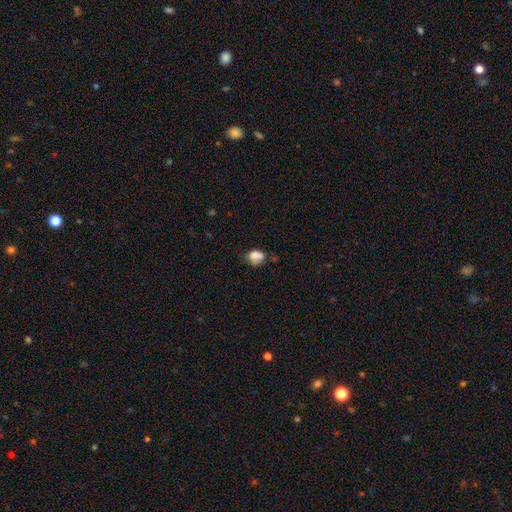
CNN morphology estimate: A smooth galaxy with no disk features (69%) that is in between round and cigar-shaped (54%). Merging: merger (34%).